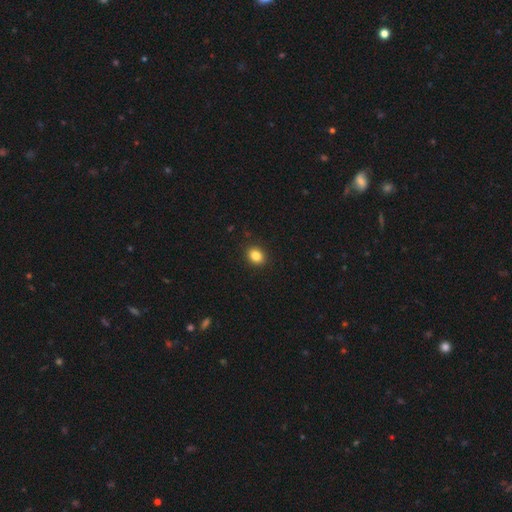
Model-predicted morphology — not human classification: Overall: smooth (86%). How rounded: in between (54%; round 45%). Merging: none (90%).